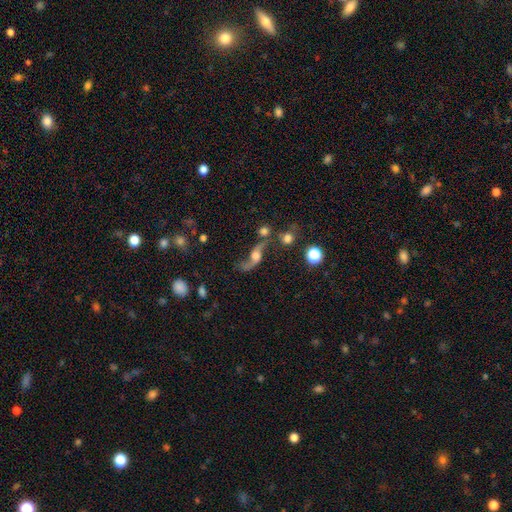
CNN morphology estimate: This appears to be a featured or disk galaxy (74%) with no bar (64%), 2 (89%) loose (92%) spiral arms (90%) and a moderate central bulge (46%). Merging: none (50%).